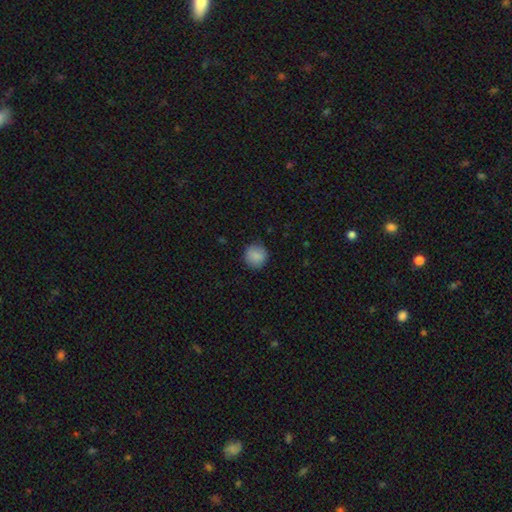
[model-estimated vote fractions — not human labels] smooth 87%, star or artifact 8%, featured or disk 5%. Down the decision tree: how rounded — round (93%); merging — none (87%).